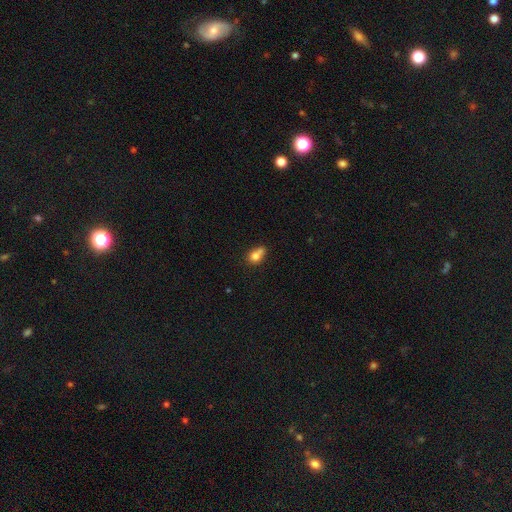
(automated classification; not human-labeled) Smooth or featured? smooth (75%)
How rounded? round (53%)
Merging? none (37%, tied with merger)